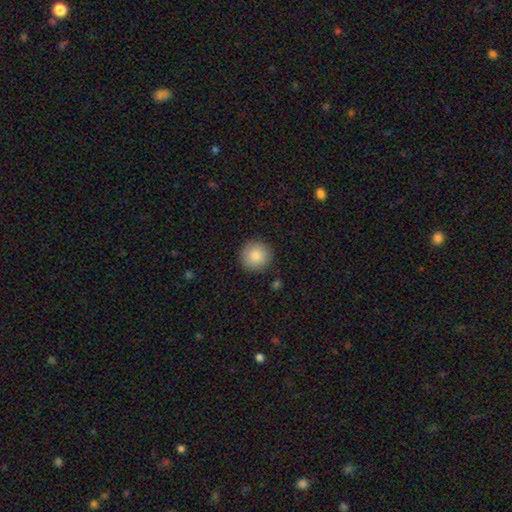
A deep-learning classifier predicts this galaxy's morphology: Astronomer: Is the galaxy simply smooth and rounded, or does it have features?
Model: smooth — 86%.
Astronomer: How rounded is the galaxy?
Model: round — 95%.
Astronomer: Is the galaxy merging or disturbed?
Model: none — 90%.